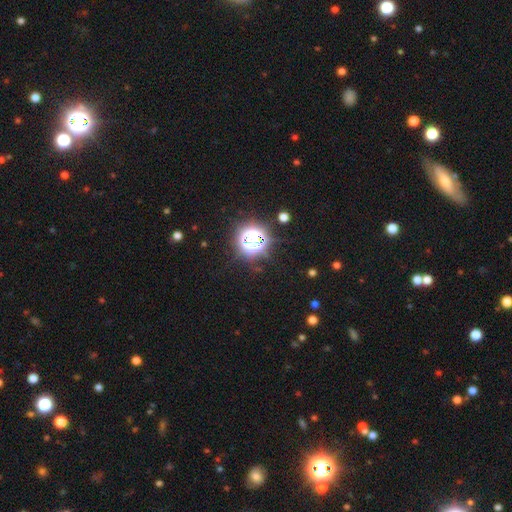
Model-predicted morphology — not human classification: star or artifact 78%, smooth 15%, featured or disk 7%.